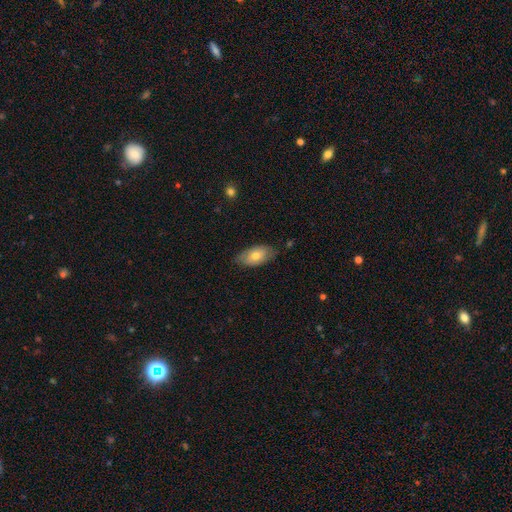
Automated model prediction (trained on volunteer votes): smooth-or-featured: smooth: 69% | featured or disk: 25% | star or artifact: 6%
  how-rounded: in between: 93% | round: 4% | cigar-shaped: 3%
  merging: none: 75% | minor disturbance: 20% | major disturbance: 3% | merger: 1%